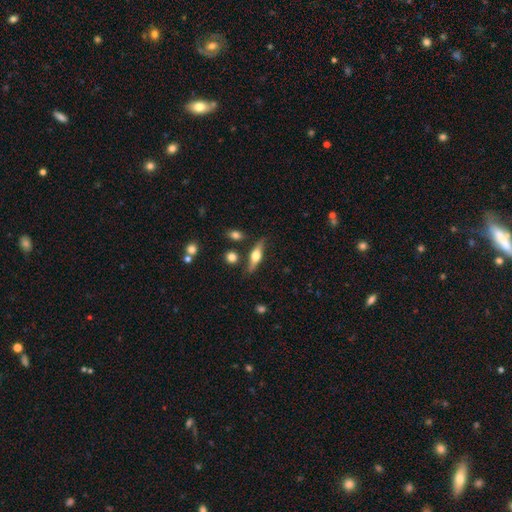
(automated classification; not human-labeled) Smooth or featured? Predicted: featured or disk (p=0.58). Edge-on disk? Predicted: yes (p=0.93). Edge-on bulge? Predicted: rounded (p=0.93). Merging? Predicted: none (p=0.78).